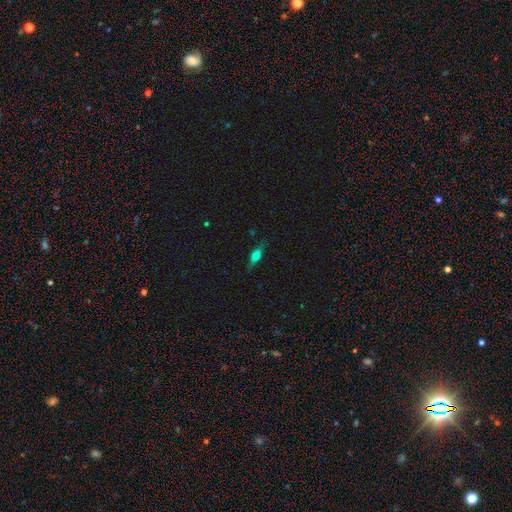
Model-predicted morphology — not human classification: Smooth or featured?
  - featured or disk: 50% *
  - smooth: 40%
  - star or artifact: 9%
Edge-on disk?
  - yes: 93% *
  - no: 7%
Merging?
  - none: 80% *
  - minor disturbance: 15%
  - major disturbance: 4%
  - merger: 1%